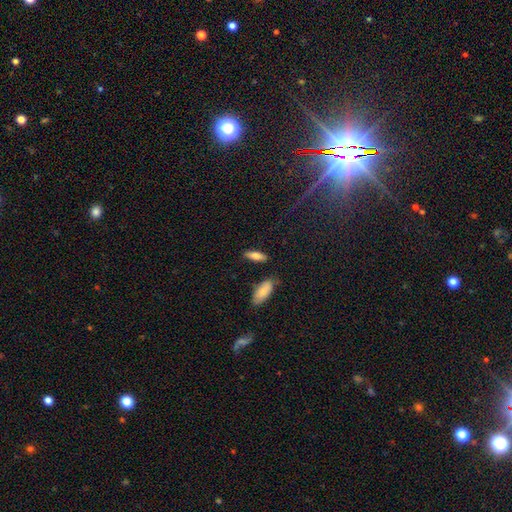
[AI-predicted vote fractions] Smooth or featured: smooth — 75% (featured or disk — 18%)
How rounded: in between — 59% (cigar-shaped — 38%)
Merging: none — 81% (minor disturbance — 12%)